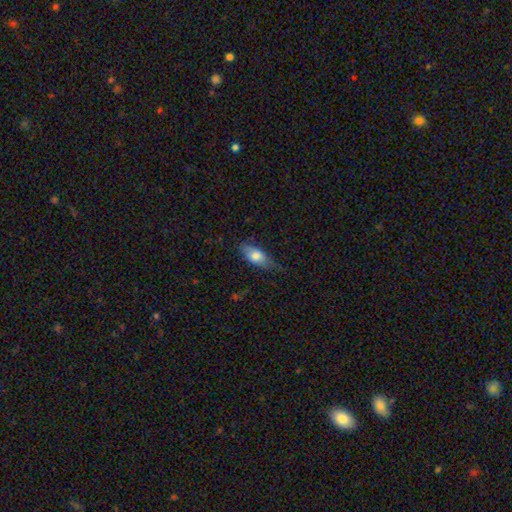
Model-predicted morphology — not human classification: Q: Smooth or featured?
A: smooth (75%); runner-up: featured or disk (18%)
Q: How rounded?
A: in between (84%); runner-up: cigar-shaped (13%)
Q: Merging?
A: none (61%); runner-up: minor disturbance (29%)